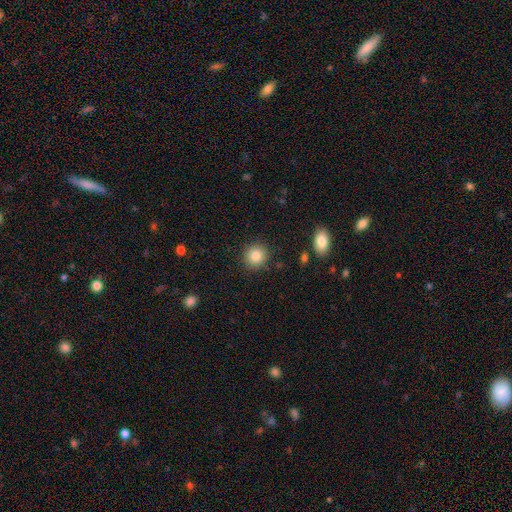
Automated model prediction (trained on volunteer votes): smooth-or-featured: smooth: 84% | star or artifact: 10% | featured or disk: 7%
  how-rounded: round: 88% | in between: 11% | cigar-shaped: 1%
  merging: none: 89% | minor disturbance: 7% | major disturbance: 2% | merger: 2%